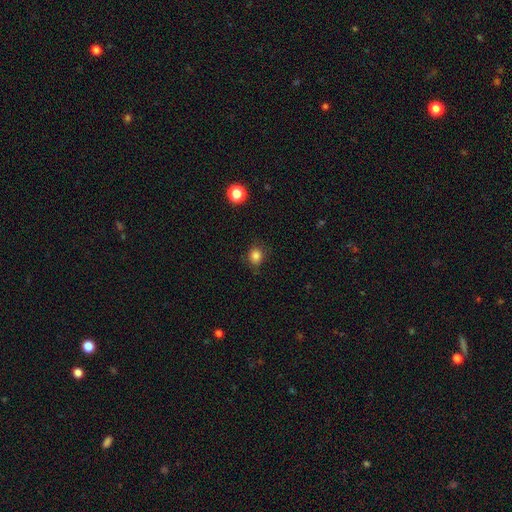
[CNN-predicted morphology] This is clearly a smooth galaxy (83%). How rounded: likely round (63%). Merging: likely none (80%).